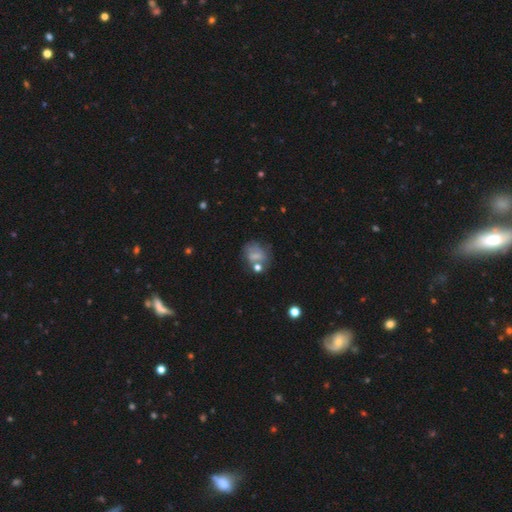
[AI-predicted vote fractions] Q: Smooth or featured?
A: smooth (55%); runner-up: featured or disk (32%)
Q: How rounded?
A: round (51%); runner-up: in between (47%)
Q: Merging?
A: none (45%); runner-up: minor disturbance (23%)